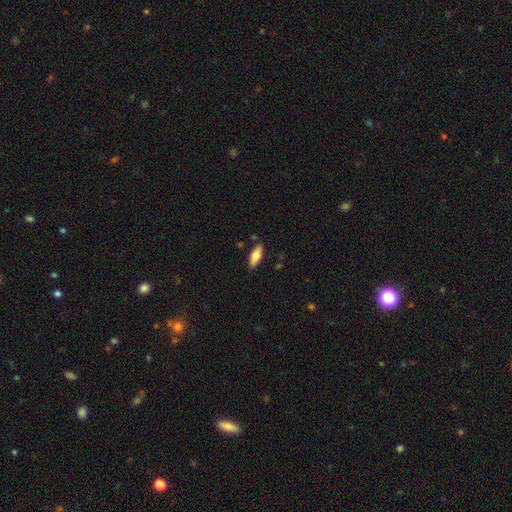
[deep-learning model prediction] This appears to be a smooth galaxy with no disk features (73%) that is in between round and cigar-shaped (75%). Merging: none (84%).